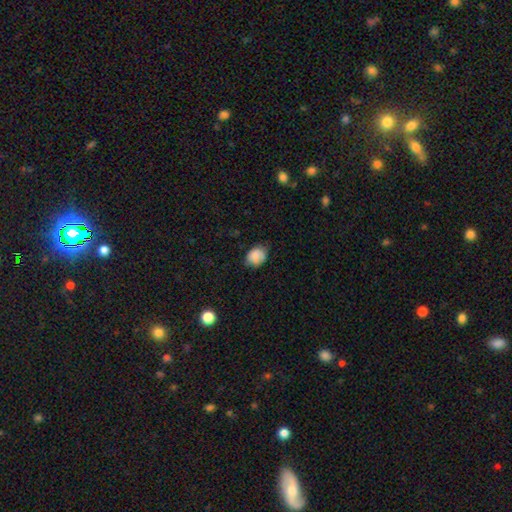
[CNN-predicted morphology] The model was most divided on "how rounded": in between: 58%, round: 41%, cigar-shaped: 1%. More confident: smooth or featured — smooth (83%); merging — none (64%).